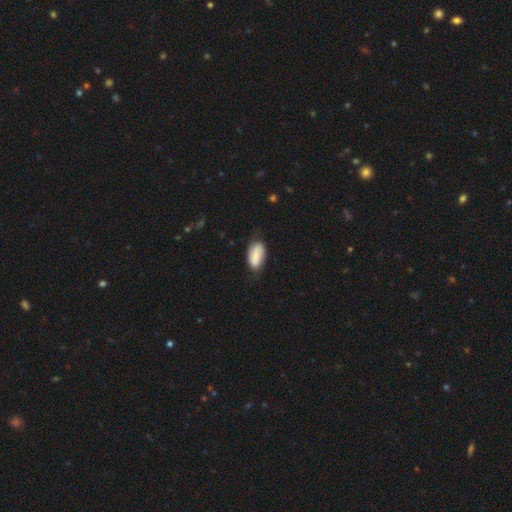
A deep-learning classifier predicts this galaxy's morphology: Q: Smooth or featured?
A: smooth (80%); runner-up: featured or disk (14%)
Q: How rounded?
A: in between (93%); runner-up: cigar-shaped (4%)
Q: Merging?
A: none (69%); runner-up: minor disturbance (25%)